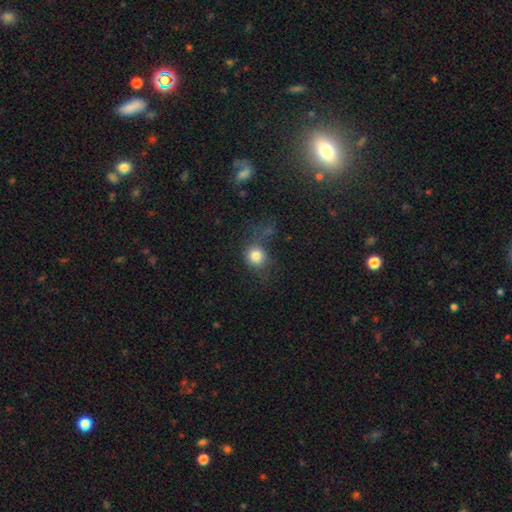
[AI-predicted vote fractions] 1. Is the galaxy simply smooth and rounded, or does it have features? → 80% smooth, 12% star or artifact, 8% featured or disk.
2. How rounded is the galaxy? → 80% round, 18% in between, 1% cigar-shaped.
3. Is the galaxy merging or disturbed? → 57% none, 22% minor disturbance, 16% major disturbance, 5% merger.